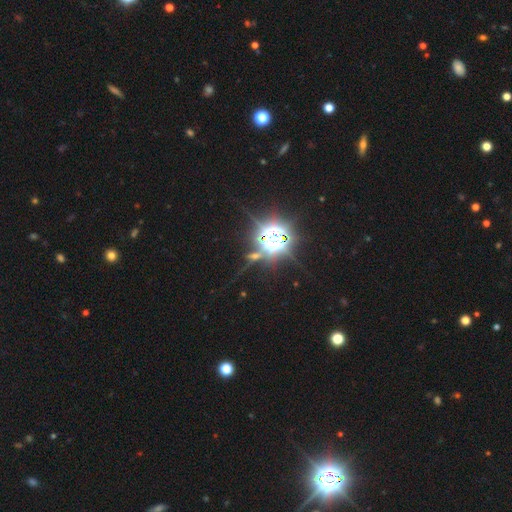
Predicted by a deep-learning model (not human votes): This appears to be a star or artifact, not a galaxy (77%).